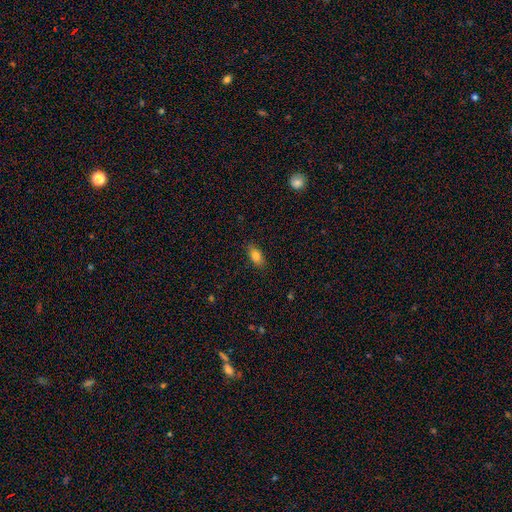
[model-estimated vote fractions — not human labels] Smooth or featured? smooth (81%)
How rounded? in between (86%)
Merging? none (87%)